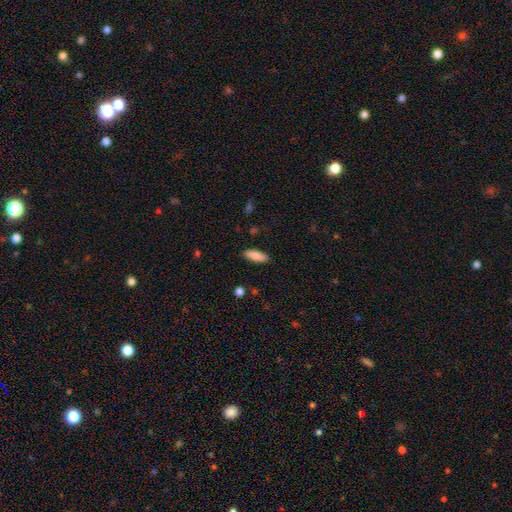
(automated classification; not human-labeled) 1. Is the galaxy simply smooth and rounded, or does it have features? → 87% smooth, 7% featured or disk, 6% star or artifact.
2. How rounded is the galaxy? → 63% in between, 35% cigar-shaped, 2% round.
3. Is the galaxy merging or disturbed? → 88% none, 9% minor disturbance, 2% major disturbance, 1% merger.